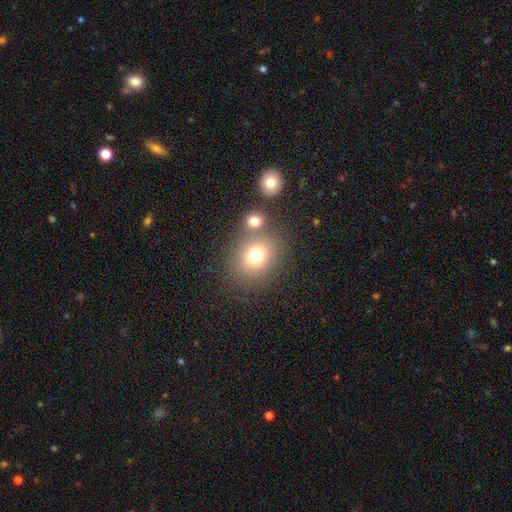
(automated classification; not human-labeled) This is likely a smooth galaxy (75%). How rounded: likely round (68%). Merging: likely none (64%).